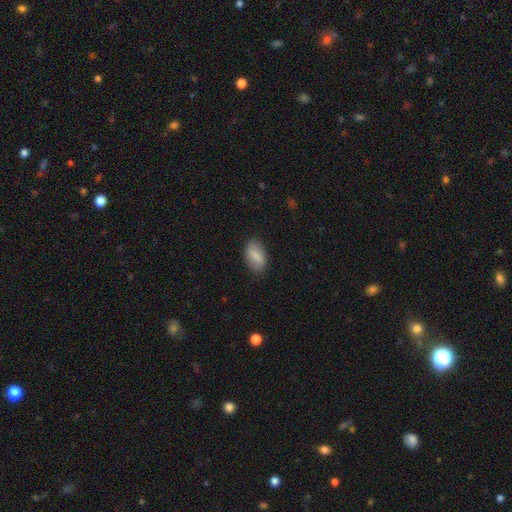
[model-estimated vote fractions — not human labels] A smooth galaxy with no disk features (75%) that is in between round and cigar-shaped (92%).

Vote fractions:
- Smooth or featured? smooth: 75% / featured or disk: 18% / star or artifact: 7%
- How rounded? in between: 92% / round: 5% / cigar-shaped: 3%
- Merging? none: 82% / minor disturbance: 14% / major disturbance: 3% / merger: 1%